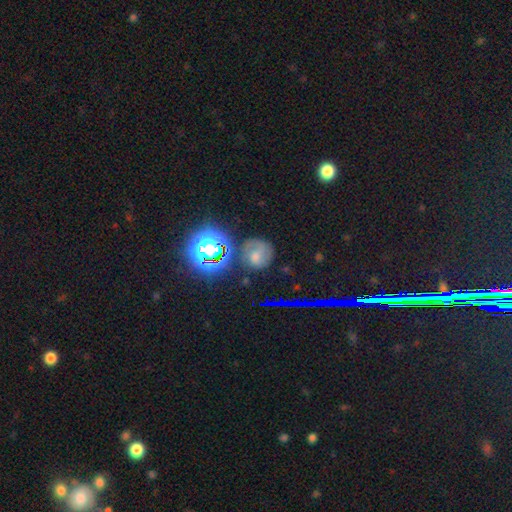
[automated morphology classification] A star or artifact, not a galaxy (36%).